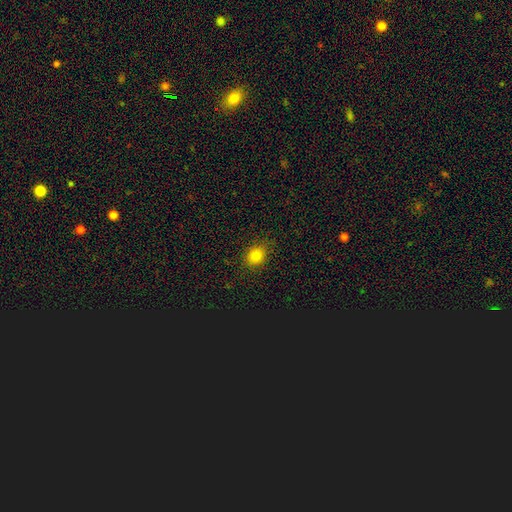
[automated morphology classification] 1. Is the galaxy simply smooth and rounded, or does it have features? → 81% smooth, 13% star or artifact, 6% featured or disk.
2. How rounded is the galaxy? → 67% round, 32% in between, 1% cigar-shaped.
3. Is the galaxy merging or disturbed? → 87% none, 10% minor disturbance, 3% major disturbance, 1% merger.